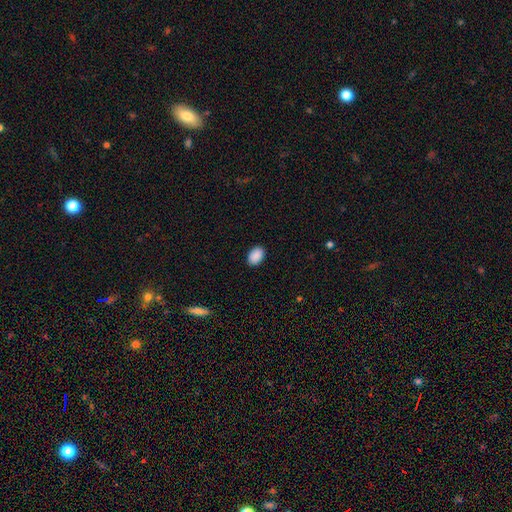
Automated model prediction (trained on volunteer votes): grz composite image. It shows a smooth galaxy with no disk features (91%) that is in between round and cigar-shaped (86%). Merging: none (90%).